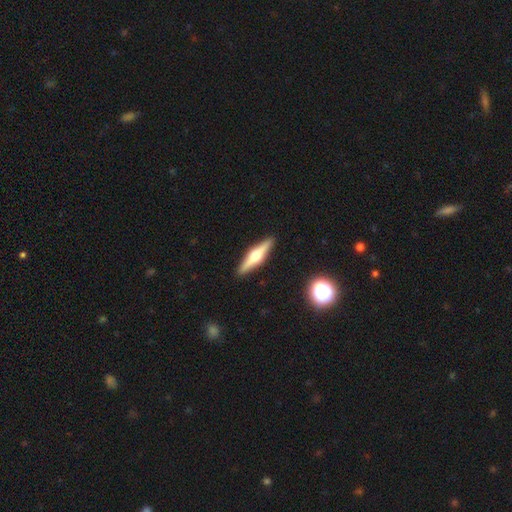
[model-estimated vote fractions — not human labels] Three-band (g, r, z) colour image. It shows a featured or disk galaxy (66%) viewed edge-on (97%) with a rounded central bulge (94%). Merging: none (92%).